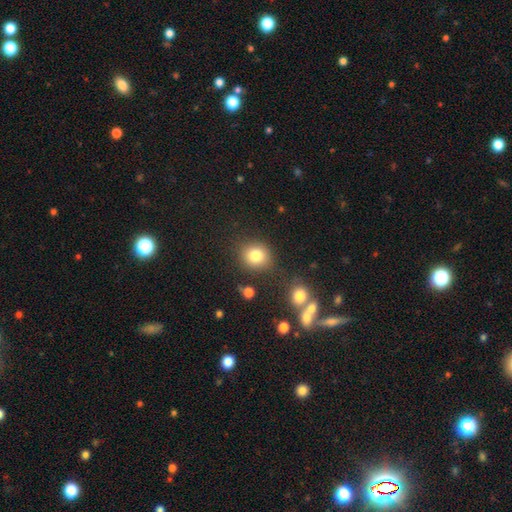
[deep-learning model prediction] Smooth or featured?
  - smooth: 81% *
  - star or artifact: 12%
  - featured or disk: 7%
How rounded?
  - round: 81% *
  - in between: 18%
  - cigar-shaped: 1%
Merging?
  - none: 82% *
  - minor disturbance: 10%
  - merger: 5%
  - major disturbance: 3%